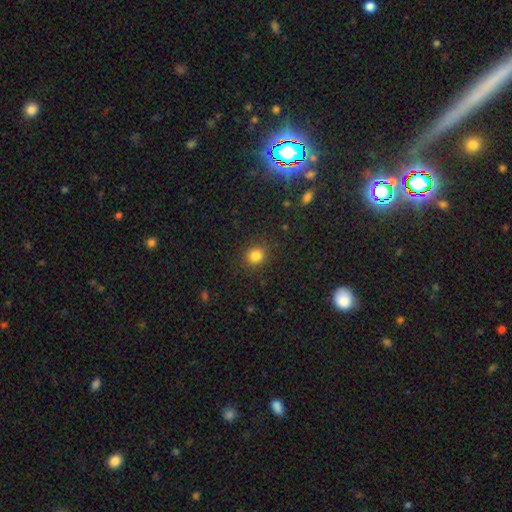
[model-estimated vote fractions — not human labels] A smooth galaxy with no disk features (83%) that is round (83%).

Vote fractions:
- Smooth or featured? smooth: 83% / star or artifact: 13% / featured or disk: 4%
- How rounded? round: 83% / in between: 16% / cigar-shaped: 1%
- Merging? none: 88% / minor disturbance: 8% / major disturbance: 3% / merger: 1%